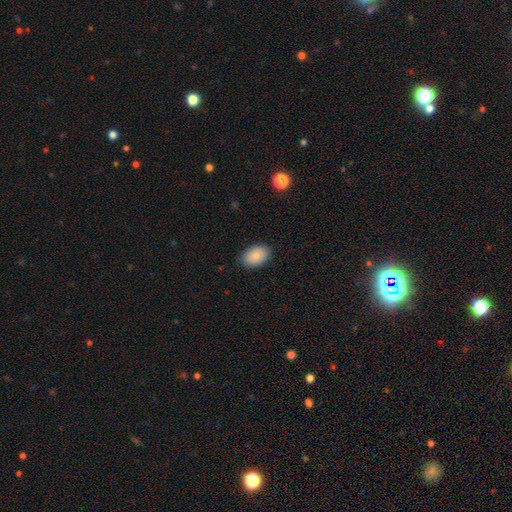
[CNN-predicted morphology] Smooth or featured?
  - smooth: 88% *
  - star or artifact: 7%
  - featured or disk: 5%
How rounded?
  - in between: 87% *
  - round: 12%
  - cigar-shaped: 1%
Merging?
  - none: 87% *
  - minor disturbance: 9%
  - major disturbance: 2%
  - merger: 1%